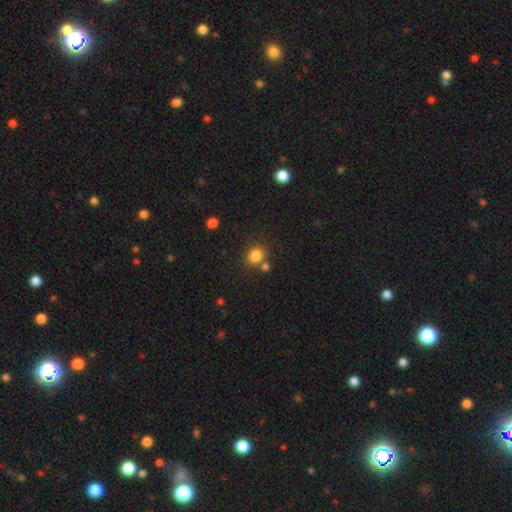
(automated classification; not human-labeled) smooth 82%, star or artifact 12%, featured or disk 5%. Down the decision tree: how rounded — round (73%); merging — none (71%).